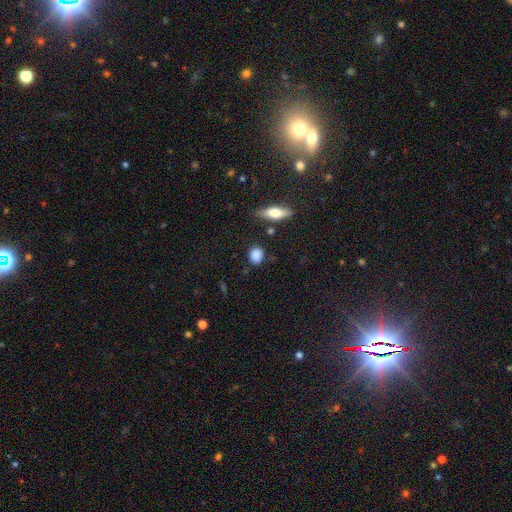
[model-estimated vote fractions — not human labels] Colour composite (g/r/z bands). It shows a smooth galaxy with no disk features (86%) that is round (54%). Merging: none (80%).